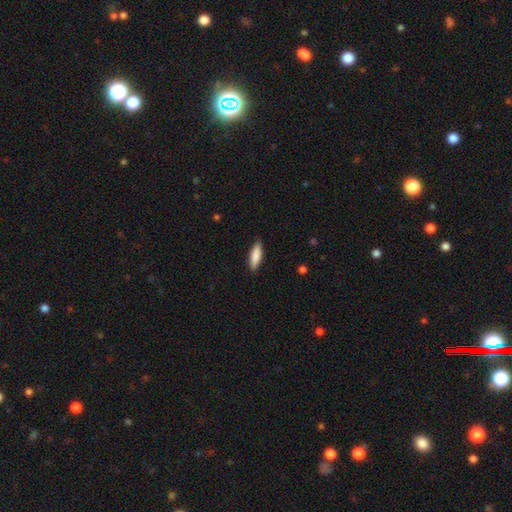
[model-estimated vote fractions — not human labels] Q: Smooth or featured?
A: smooth (85%); runner-up: featured or disk (10%)
Q: How rounded?
A: in between (50%); runner-up: cigar-shaped (48%)
Q: Merging?
A: none (88%); runner-up: minor disturbance (9%)